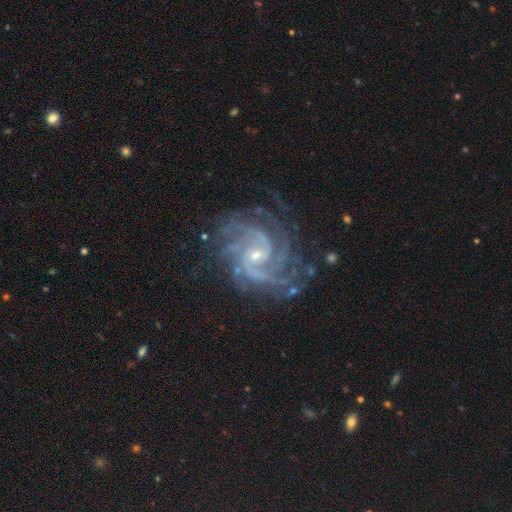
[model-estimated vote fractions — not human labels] featured or disk 92%, star or artifact 6%, smooth 2%. Down the decision tree: edge-on disk — no (98%); bar — no (50%); spiral arms — yes (99%); spiral arm count — 2 (24%); spiral winding — tight (49%); bulge size — small (76%); merging — none (73%).